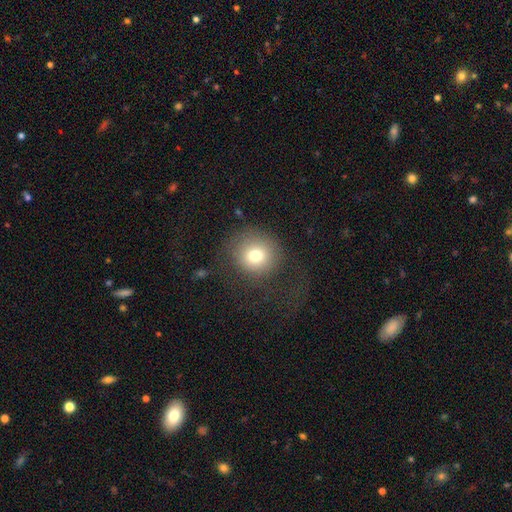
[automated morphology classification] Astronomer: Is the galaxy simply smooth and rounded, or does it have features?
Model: smooth — 75%.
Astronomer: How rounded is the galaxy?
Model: round — 89%.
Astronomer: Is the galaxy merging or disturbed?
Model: none — 69%.